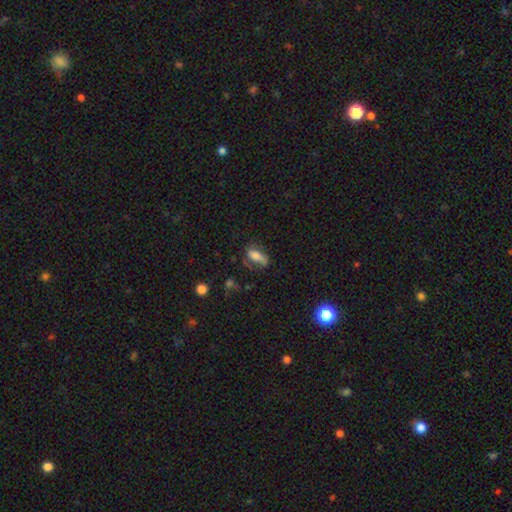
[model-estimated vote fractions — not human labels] A smooth galaxy with no disk features (69%) that is in between round and cigar-shaped (81%).

Vote fractions:
- Smooth or featured? smooth: 69% / featured or disk: 21% / star or artifact: 10%
- How rounded? in between: 81% / cigar-shaped: 14% / round: 5%
- Merging? none: 51% / minor disturbance: 27% / major disturbance: 18% / merger: 4%